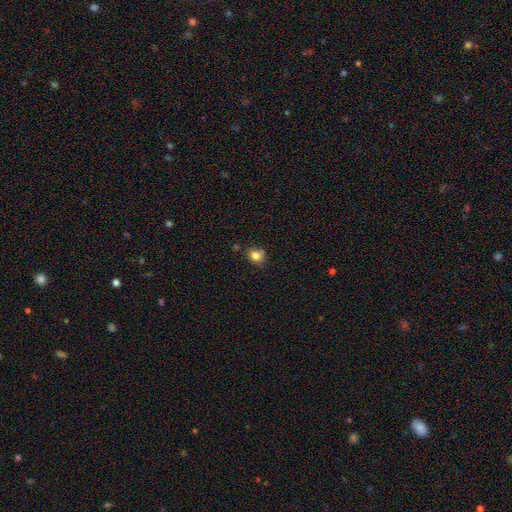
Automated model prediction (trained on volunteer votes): Smooth or featured? Predicted: smooth (p=0.82). How rounded? Predicted: round (p=0.67). Merging? Predicted: none (p=0.67).